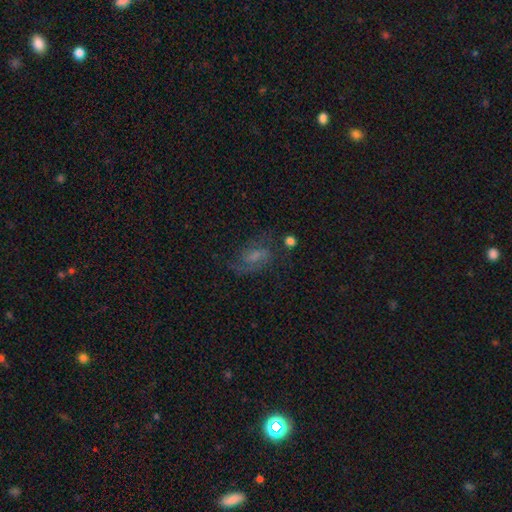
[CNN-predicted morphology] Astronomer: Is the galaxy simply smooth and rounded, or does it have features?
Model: featured or disk — 62%.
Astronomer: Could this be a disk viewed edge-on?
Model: no — 97%.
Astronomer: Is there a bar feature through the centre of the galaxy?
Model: weak — 51% (runner-up: no, 32%).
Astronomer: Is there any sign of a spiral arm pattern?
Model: yes — 87%.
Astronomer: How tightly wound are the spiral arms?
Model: medium — 46% (runner-up: loose, 36%).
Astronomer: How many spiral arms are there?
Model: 2 — 77%.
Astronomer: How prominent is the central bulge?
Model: small — 36% (runner-up: none, 32%).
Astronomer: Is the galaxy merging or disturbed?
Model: none — 58%.